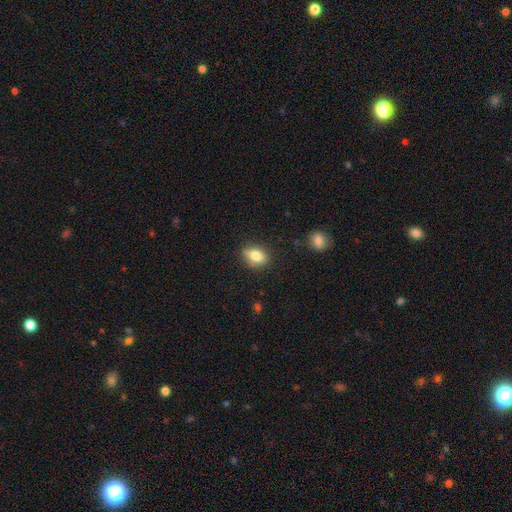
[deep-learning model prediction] Smooth or featured: smooth — 81% (featured or disk — 10%)
How rounded: in between — 68% (round — 30%)
Merging: none — 79% (minor disturbance — 16%)